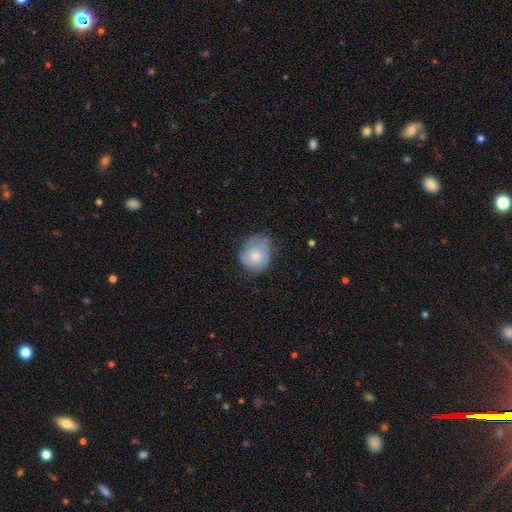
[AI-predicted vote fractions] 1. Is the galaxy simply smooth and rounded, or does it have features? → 52% smooth, 41% featured or disk, 7% star or artifact.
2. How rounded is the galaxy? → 69% round, 30% in between, 1% cigar-shaped.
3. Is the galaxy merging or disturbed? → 61% none, 28% minor disturbance, 9% major disturbance, 1% merger.